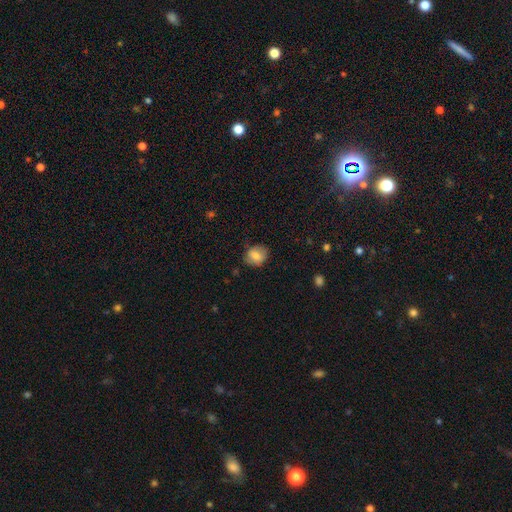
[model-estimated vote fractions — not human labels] A smooth galaxy with no disk features (75%) that is round (59%). Merging: none (77%).